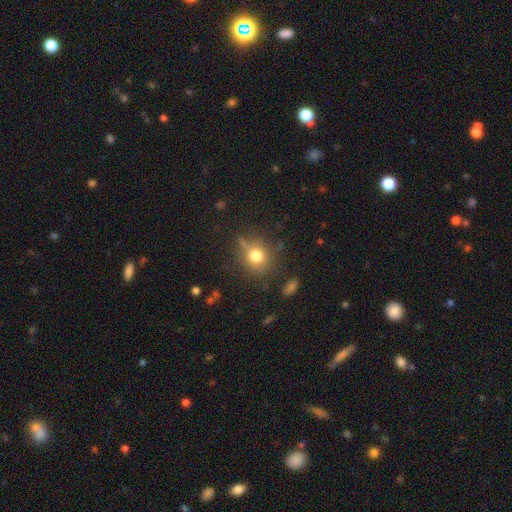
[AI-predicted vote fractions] Smooth or featured?
  - smooth: 77% *
  - star or artifact: 13%
  - featured or disk: 10%
How rounded?
  - round: 82% *
  - in between: 17%
  - cigar-shaped: 1%
Merging?
  - none: 74% *
  - minor disturbance: 16%
  - major disturbance: 6%
  - merger: 4%